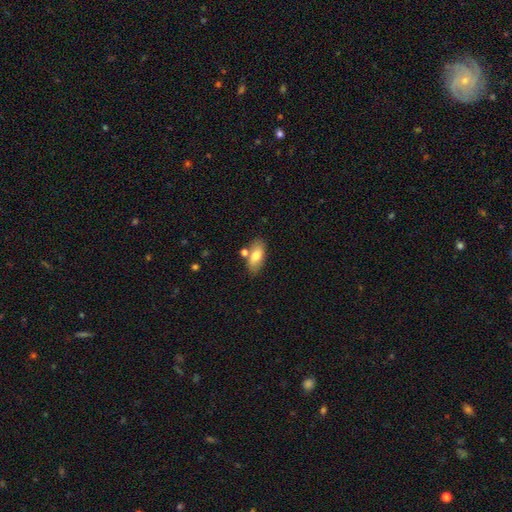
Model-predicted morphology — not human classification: smooth_or_featured: smooth (p=0.75) [alt: featured or disk p=0.18]
how_rounded: in between (p=0.88) [alt: cigar-shaped p=0.08]
merging: none (p=0.71) [alt: minor disturbance p=0.14]